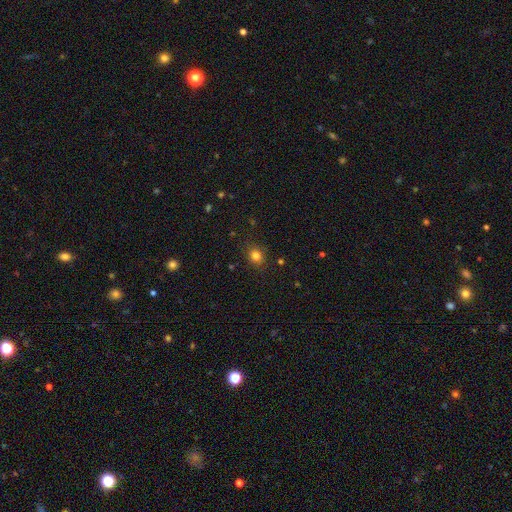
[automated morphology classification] The model was most divided on "how rounded": round: 61%, in between: 38%, cigar-shaped: 1%. More confident: merging — none (86%); smooth or featured — smooth (81%).